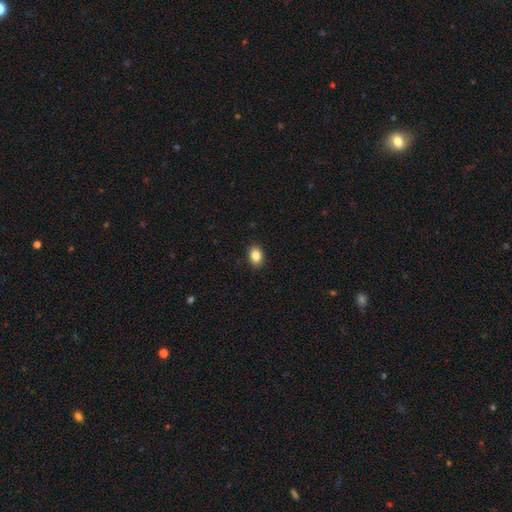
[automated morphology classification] A smooth galaxy with no disk features (85%) that is in between round and cigar-shaped (77%). Merging: none (90%).